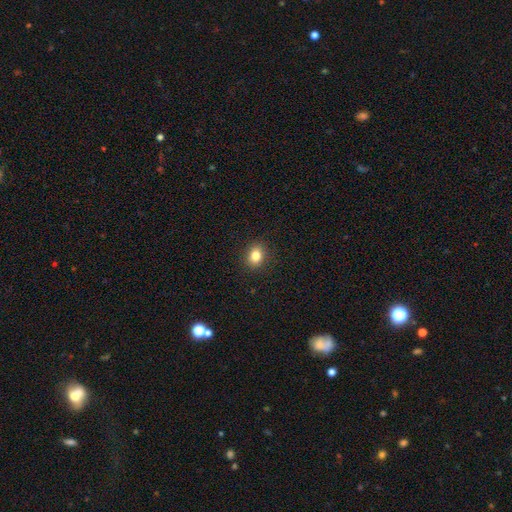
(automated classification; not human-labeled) smooth-or-featured: smooth: 82% | star or artifact: 11% | featured or disk: 6%
  how-rounded: round: 56% | in between: 43% | cigar-shaped: 1%
  merging: none: 90% | minor disturbance: 7% | major disturbance: 2% | merger: 1%